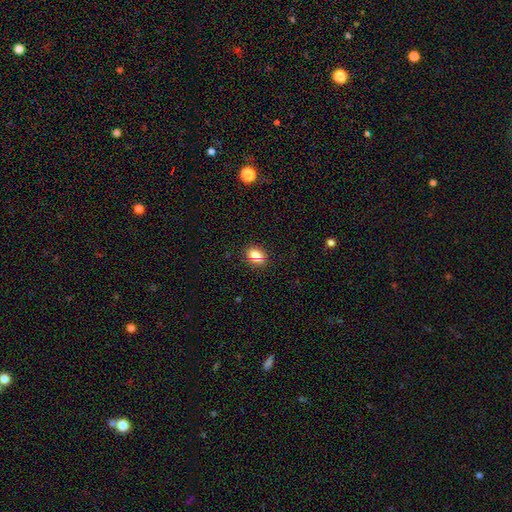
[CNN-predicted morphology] Smooth or featured? Predicted: smooth (p=0.82). How rounded? Predicted: in between (p=0.73). Merging? Predicted: none (p=0.83).